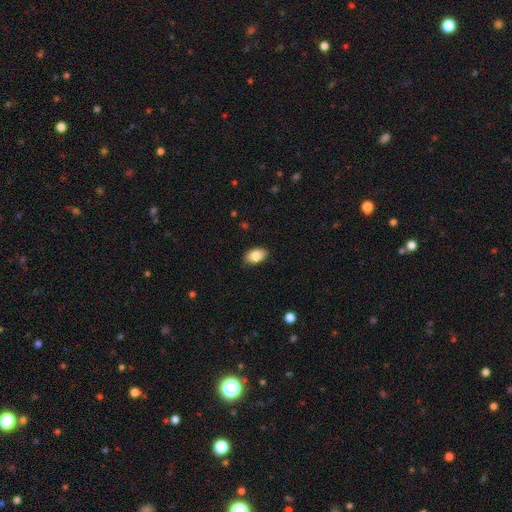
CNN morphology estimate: type=smooth (86%); roundness=in between (90%); merging=none (85%).